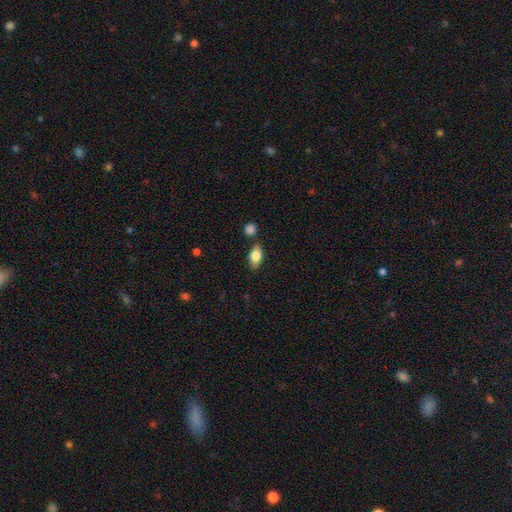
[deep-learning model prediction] Smooth or featured? Predicted: smooth (p=0.76). How rounded? Predicted: in between (p=0.86). Merging? Predicted: none (p=0.77).